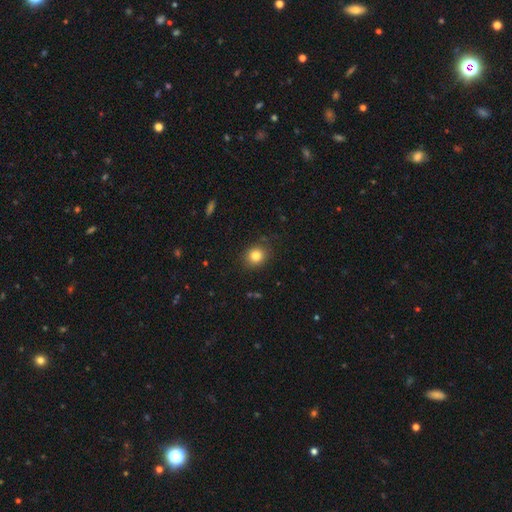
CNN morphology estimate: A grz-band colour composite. It shows a smooth galaxy with no disk features (82%) that is round (75%). Merging: none (86%).